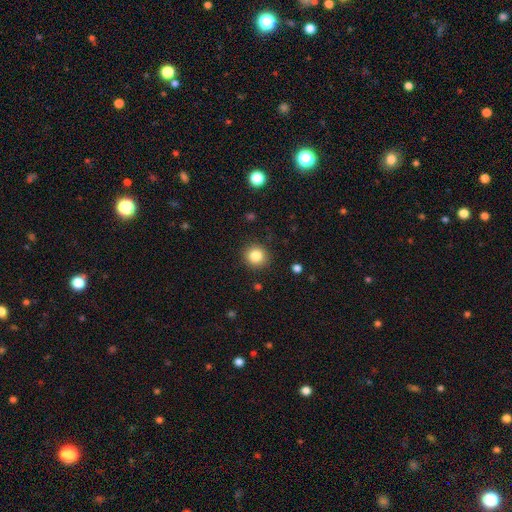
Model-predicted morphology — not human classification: Smooth or featured? Predicted: smooth (p=0.84). How rounded? Predicted: round (p=0.92). Merging? Predicted: none (p=0.90).